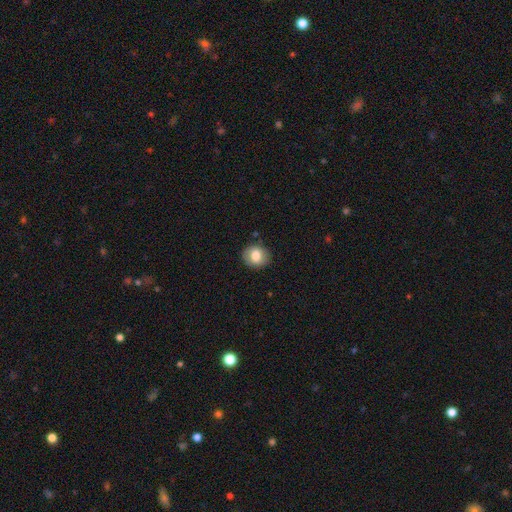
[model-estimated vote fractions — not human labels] Overall: smooth (79%). How rounded: round (71%). Merging: none (86%).